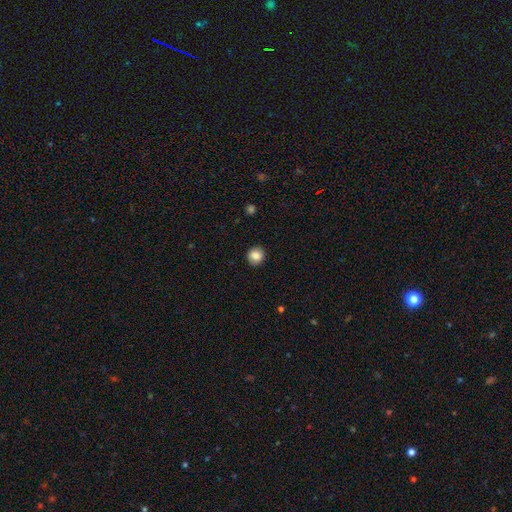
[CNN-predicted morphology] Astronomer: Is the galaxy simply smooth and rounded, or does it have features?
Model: smooth — 85%.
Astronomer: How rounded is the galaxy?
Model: round — 91%.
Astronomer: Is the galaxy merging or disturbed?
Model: none — 92%.